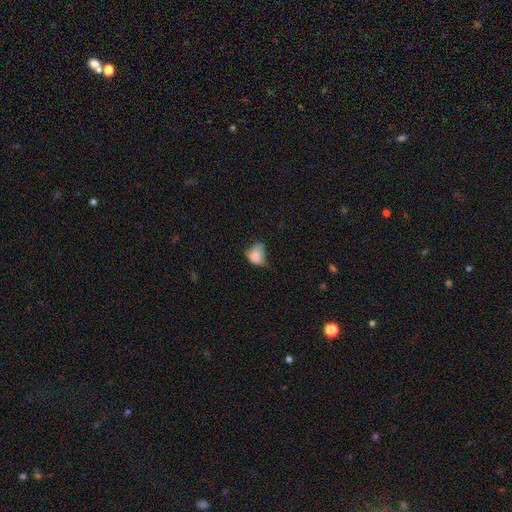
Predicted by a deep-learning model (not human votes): Morphology: type=smooth (75%); roundness=in between (62%); merging=minor disturbance (40%).